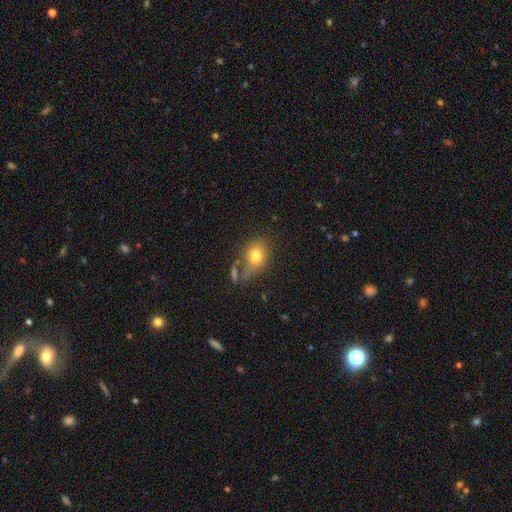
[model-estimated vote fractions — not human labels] Smooth or featured: smooth — 76% (featured or disk — 14%)
How rounded: in between — 66% (round — 32%)
Merging: none — 56% (minor disturbance — 20%)